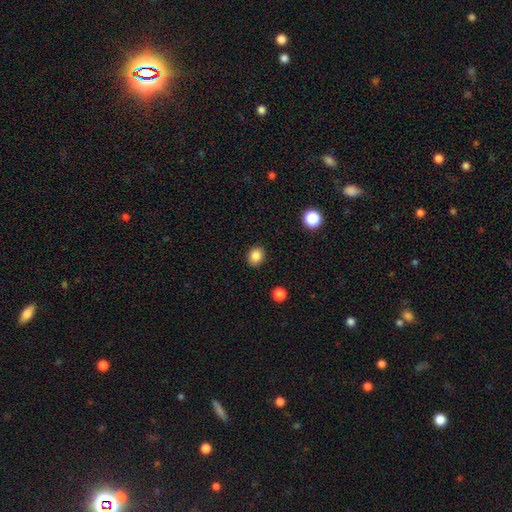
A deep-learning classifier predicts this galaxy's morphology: type=smooth (86%); roundness=round (62%); merging=none (89%).